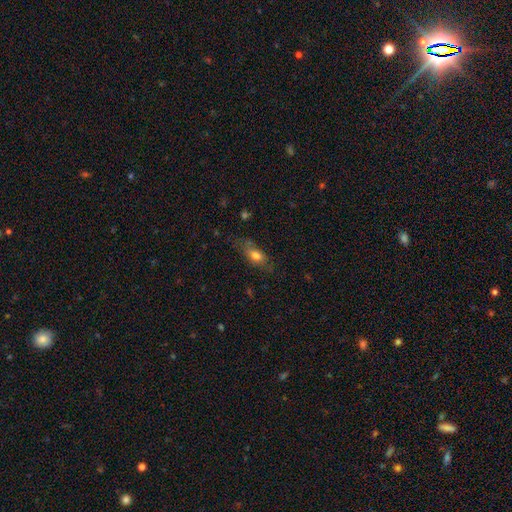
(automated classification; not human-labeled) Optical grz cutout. It shows a smooth galaxy with no disk features (71%) that is in between round and cigar-shaped (74%). Merging: none (63%).